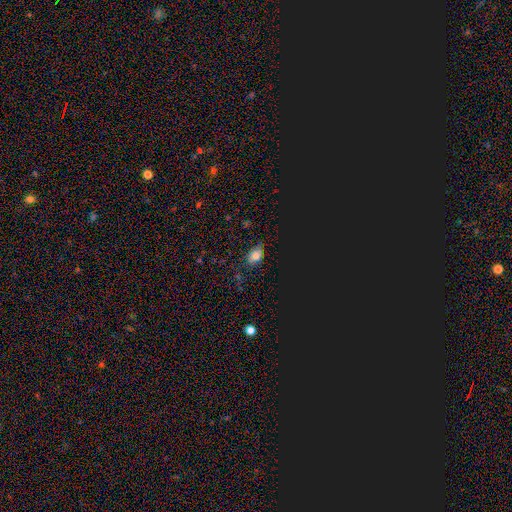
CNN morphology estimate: Q: Smooth or featured?
A: smooth (67%); runner-up: star or artifact (24%)
Q: How rounded?
A: in between (73%); runner-up: round (24%)
Q: Merging?
A: none (68%); runner-up: minor disturbance (24%)